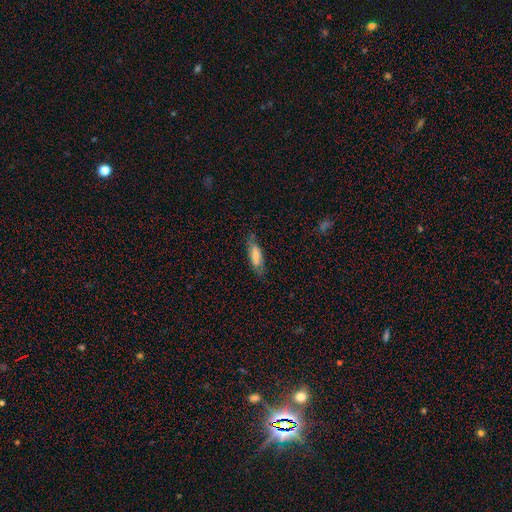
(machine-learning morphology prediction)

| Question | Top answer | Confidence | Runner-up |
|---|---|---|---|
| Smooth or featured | smooth | 75% | featured or disk (18%) |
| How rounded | in between | 53% | cigar-shaped (45%) |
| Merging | none | 68% | minor disturbance (23%) |